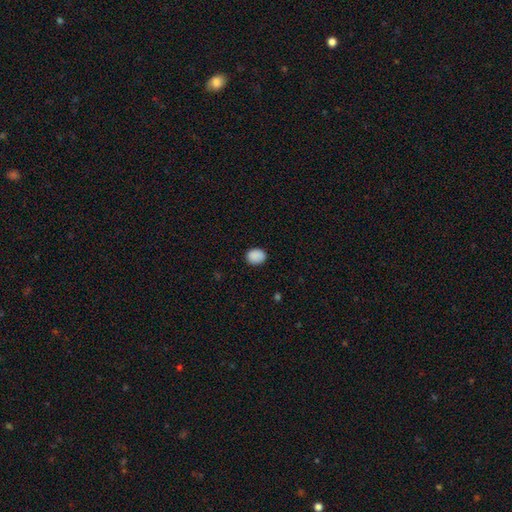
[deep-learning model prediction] This is clearly a smooth galaxy (89%). How rounded: possibly round (57%). Merging: clearly none (86%).